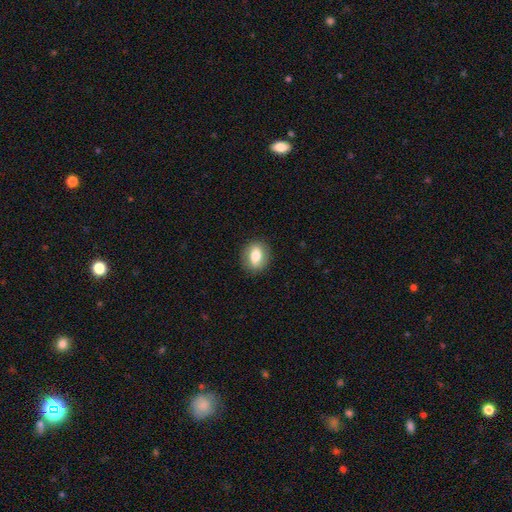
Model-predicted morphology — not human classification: Smooth or featured? Predicted: smooth (p=0.67). How rounded? Predicted: in between (p=0.56). Merging? Predicted: none (p=0.86).